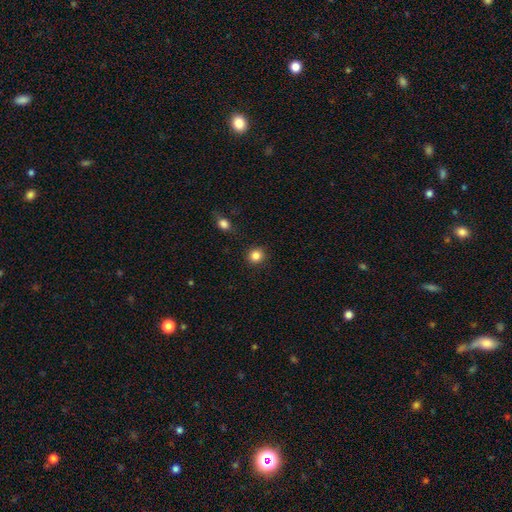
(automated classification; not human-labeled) A smooth galaxy with no disk features (84%) that is round (91%).

Vote fractions:
- Smooth or featured? smooth: 84% / star or artifact: 11% / featured or disk: 4%
- How rounded? round: 91% / in between: 8% / cigar-shaped: 1%
- Merging? none: 89% / minor disturbance: 6% / major disturbance: 2% / merger: 2%